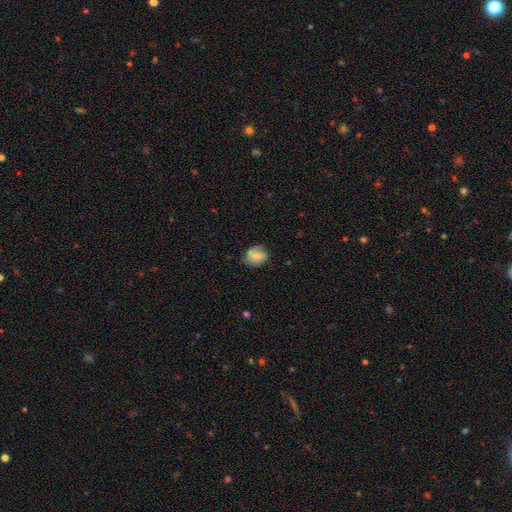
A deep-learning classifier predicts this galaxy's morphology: A smooth galaxy with no disk features (68%) that is round (67%). Merging: none (71%).